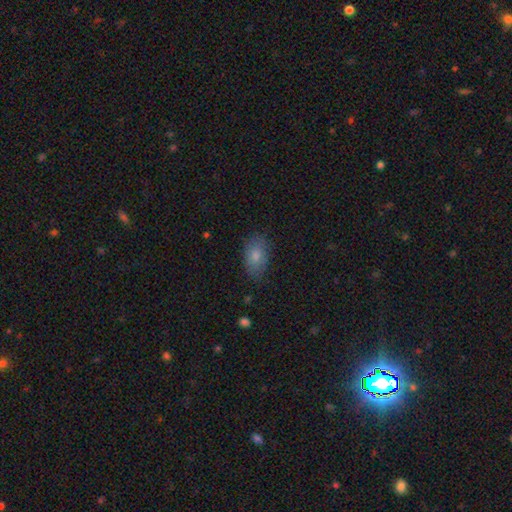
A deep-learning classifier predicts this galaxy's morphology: The model was most divided on "merging": none: 78%, minor disturbance: 17%, major disturbance: 4%, merger: 1%. More confident: how rounded — in between (91%); smooth or featured — smooth (81%).